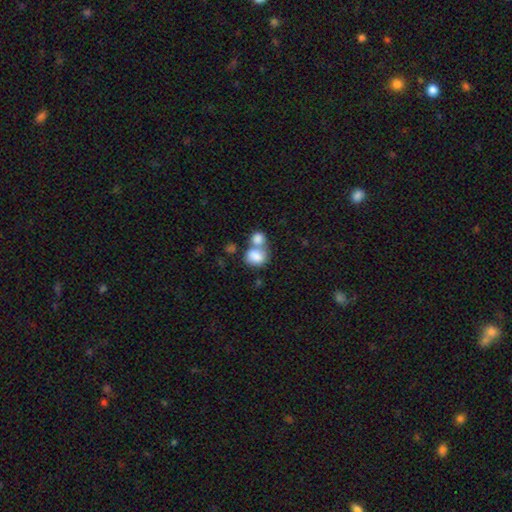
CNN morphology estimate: Smooth or featured: smooth — 81% (featured or disk — 10%)
How rounded: in between — 51% (round — 48%)
Merging: merger — 61% (none — 26%)